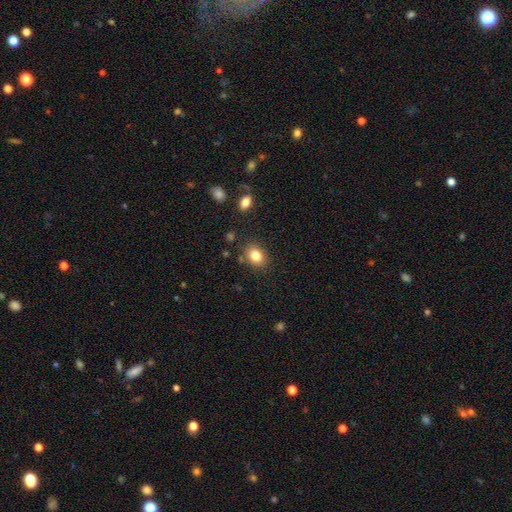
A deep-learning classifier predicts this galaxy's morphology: The model was most divided on "how rounded": in between: 59%, round: 40%, cigar-shaped: 1%. More confident: merging — none (83%); smooth or featured — smooth (82%).